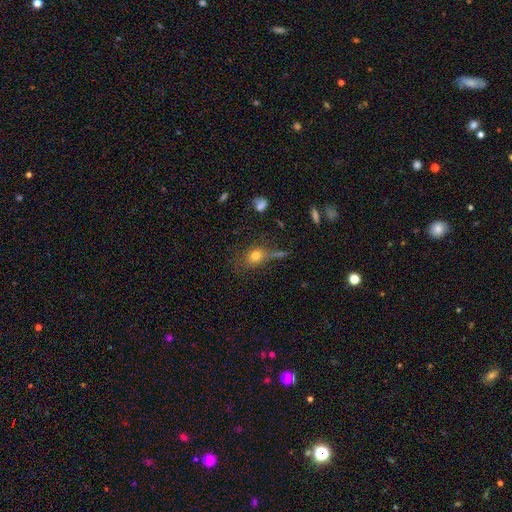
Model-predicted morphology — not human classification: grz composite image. It shows a smooth galaxy with no disk features (74%) that is round (54%). Merging: none (56%).